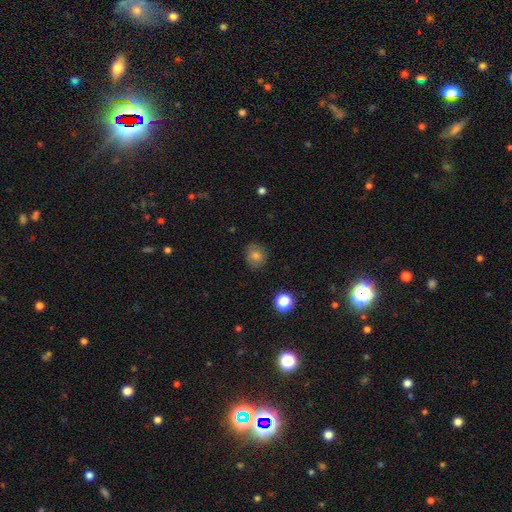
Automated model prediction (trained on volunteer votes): Morphology: type=smooth (68%); roundness=round (79%); merging=none (82%).